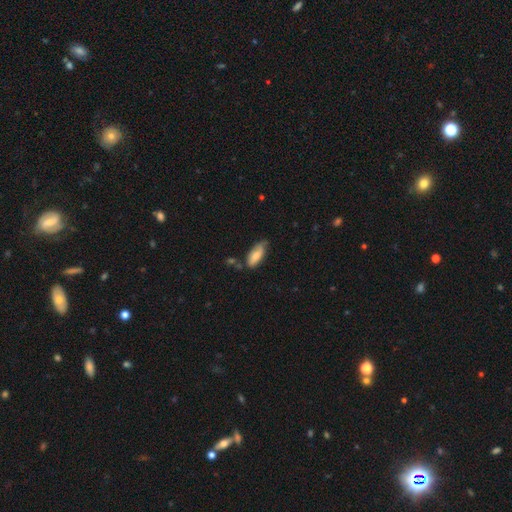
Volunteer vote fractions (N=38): Overall: smooth (68%). How rounded: in between (77%). Merging: minor disturbance (46%; none 43%).